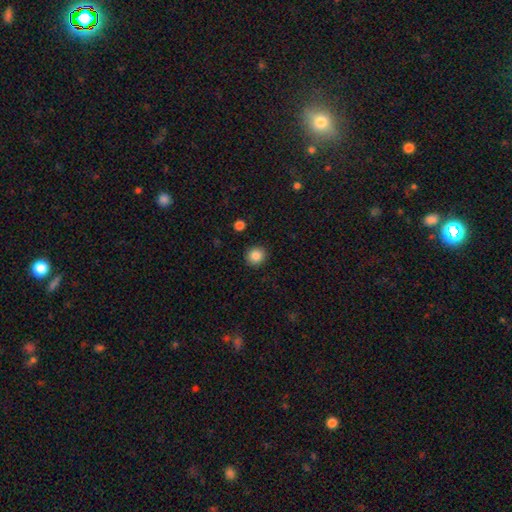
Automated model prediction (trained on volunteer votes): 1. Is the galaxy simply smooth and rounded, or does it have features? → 87% smooth, 10% star or artifact, 4% featured or disk.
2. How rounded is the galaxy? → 89% round, 10% in between, 1% cigar-shaped.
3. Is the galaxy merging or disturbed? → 91% none, 6% minor disturbance, 2% major disturbance, 1% merger.